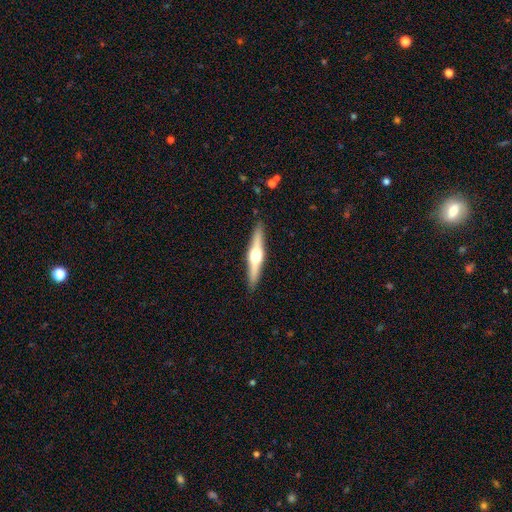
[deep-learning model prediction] This is likely a featured or disk galaxy (71%). It is clearly viewed edge-on (97%). Edge-on bulge: clearly rounded (95%). Merging: clearly none (90%).